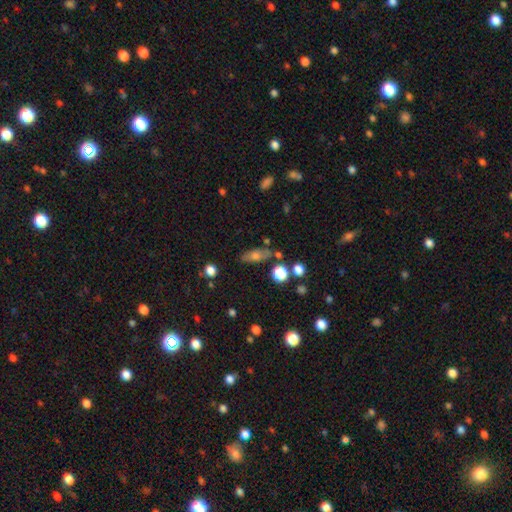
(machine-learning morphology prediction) Smooth or featured: smooth — 64% (featured or disk — 25%)
How rounded: in between — 66% (cigar-shaped — 25%)
Merging: none — 74% (minor disturbance — 15%)